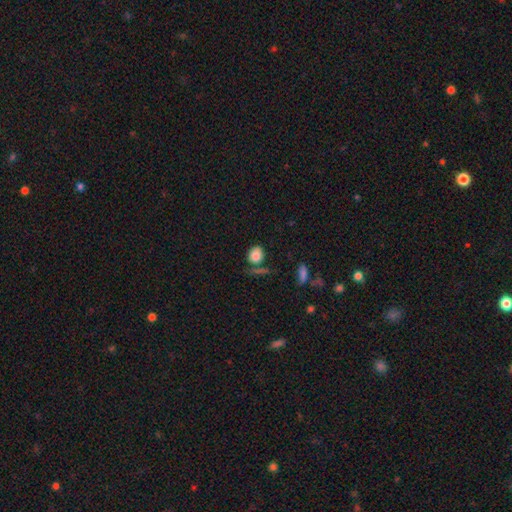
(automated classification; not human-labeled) This is clearly a smooth galaxy (83%). How rounded: possibly round (51%). Merging: likely none (66%).